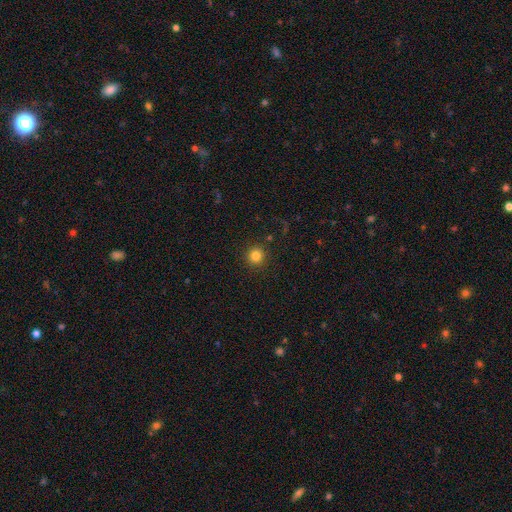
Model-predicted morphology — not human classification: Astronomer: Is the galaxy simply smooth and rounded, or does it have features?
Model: smooth — 83%.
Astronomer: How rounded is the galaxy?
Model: round — 93%.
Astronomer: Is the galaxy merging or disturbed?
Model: none — 90%.